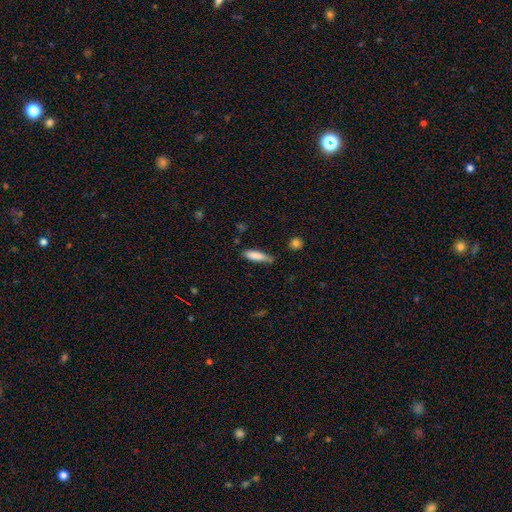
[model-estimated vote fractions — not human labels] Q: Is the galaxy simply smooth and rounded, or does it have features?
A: smooth — 82%.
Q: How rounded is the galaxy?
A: cigar-shaped — 64%.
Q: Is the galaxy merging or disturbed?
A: none — 63%.